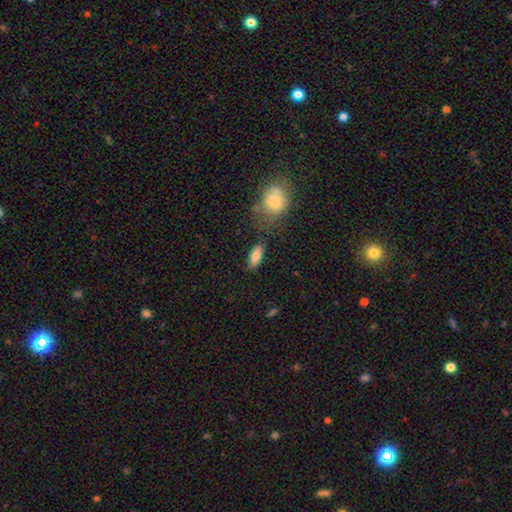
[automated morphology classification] A smooth galaxy with no disk features (79%) that is in between round and cigar-shaped (75%). Merging: none (68%).